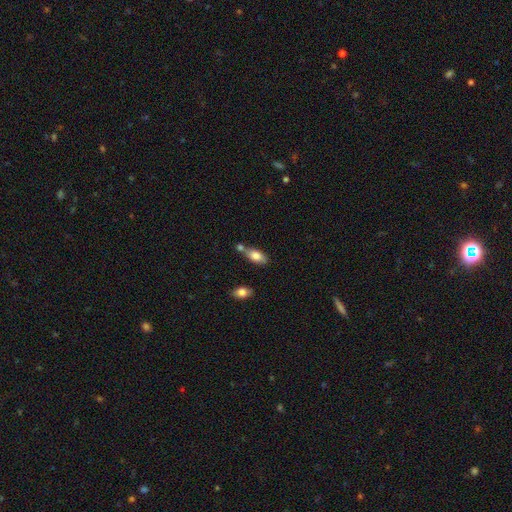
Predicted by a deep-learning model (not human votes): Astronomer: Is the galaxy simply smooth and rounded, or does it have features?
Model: smooth — 79%.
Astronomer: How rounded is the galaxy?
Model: in between — 85%.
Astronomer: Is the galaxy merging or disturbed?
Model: none — 51% (runner-up: merger, 27%).